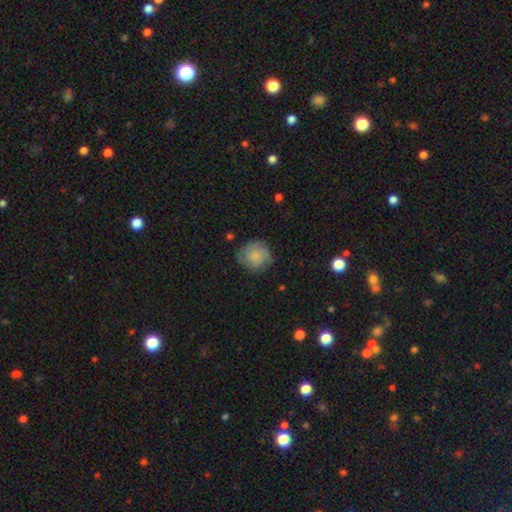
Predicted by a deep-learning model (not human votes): The model was most divided on "smooth or featured": smooth: 67%, featured or disk: 25%, star or artifact: 8%. More confident: how rounded — round (84%); merging — none (70%).